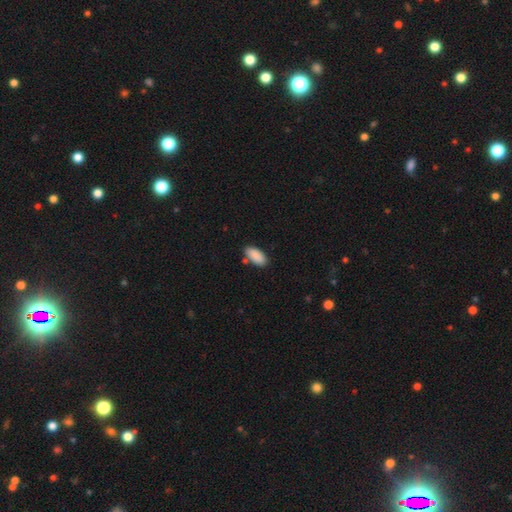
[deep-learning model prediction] smooth_or_featured: smooth (p=0.90) [alt: star or artifact p=0.06]
how_rounded: in between (p=0.91) [alt: cigar-shaped p=0.08]
merging: none (p=0.77) [alt: minor disturbance p=0.13]